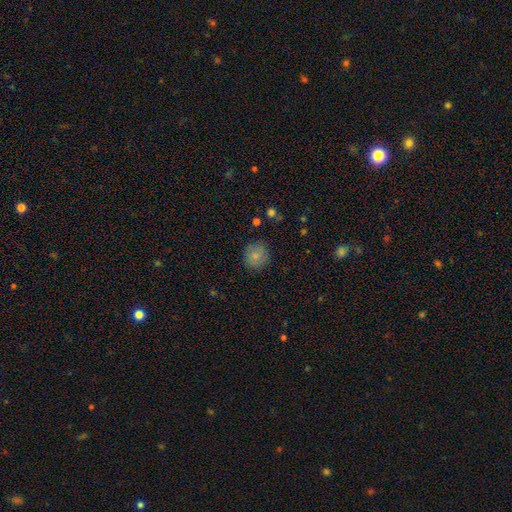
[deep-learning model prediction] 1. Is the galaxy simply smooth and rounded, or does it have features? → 82% smooth, 10% star or artifact, 8% featured or disk.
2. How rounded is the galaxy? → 88% round, 11% in between, 1% cigar-shaped.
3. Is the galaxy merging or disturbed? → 84% none, 12% minor disturbance, 3% major disturbance, 1% merger.